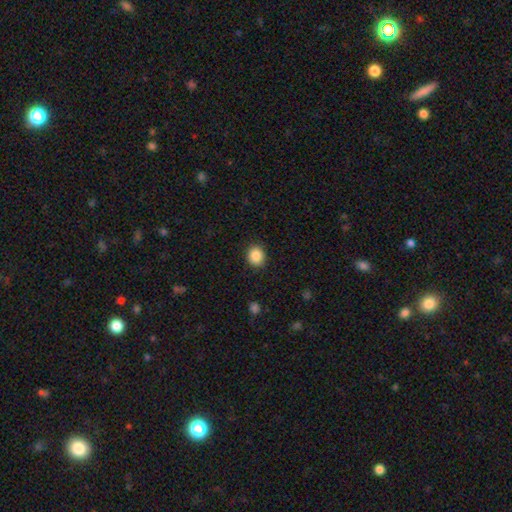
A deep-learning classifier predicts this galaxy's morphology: Smooth or featured? Predicted: smooth (p=0.87). How rounded? Predicted: round (p=0.73). Merging? Predicted: none (p=0.89).